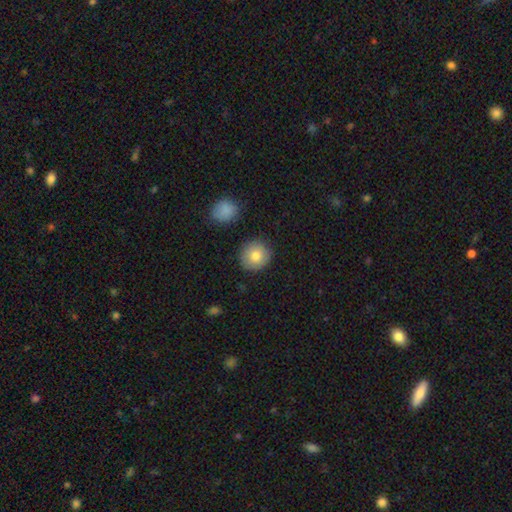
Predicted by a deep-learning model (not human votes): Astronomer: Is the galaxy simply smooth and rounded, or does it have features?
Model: smooth — 80%.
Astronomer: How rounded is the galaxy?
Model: round — 91%.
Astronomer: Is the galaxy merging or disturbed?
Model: none — 88%.